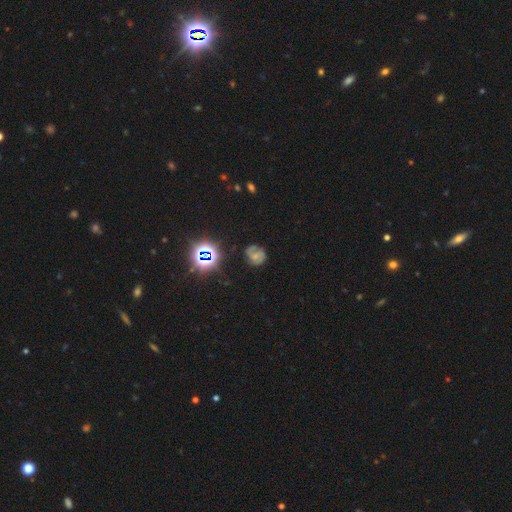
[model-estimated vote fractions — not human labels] The model was most divided on "bulge size": small: 51%, moderate: 25%, none: 21%, large: 3%, dominant: 1%. More confident: edge-on disk — no (97%); spiral arms — yes (85%); merging — none (64%); bar — no (59%); smooth or featured — featured or disk (57%).